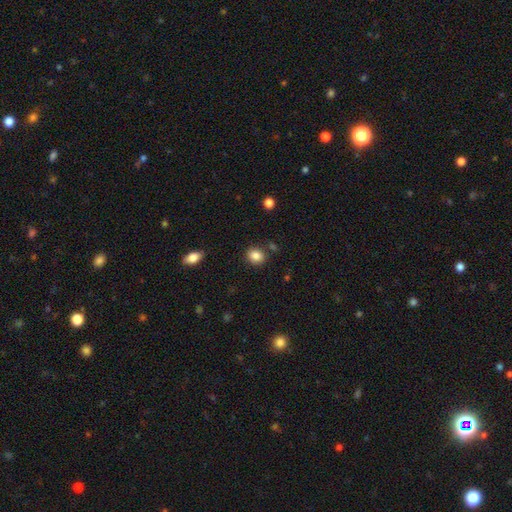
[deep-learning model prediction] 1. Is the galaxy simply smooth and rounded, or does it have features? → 86% smooth, 10% star or artifact, 5% featured or disk.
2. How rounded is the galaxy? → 65% round, 34% in between, 1% cigar-shaped.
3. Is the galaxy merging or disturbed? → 84% none, 10% minor disturbance, 4% merger, 3% major disturbance.